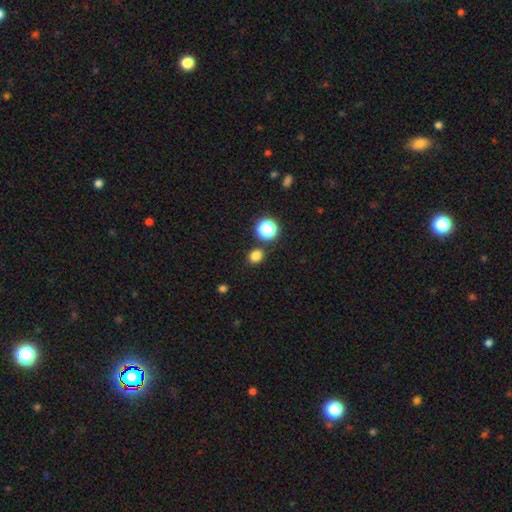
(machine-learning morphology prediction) Smooth or featured: smooth — 80% (star or artifact — 16%)
How rounded: round — 78% (in between — 21%)
Merging: none — 86% (minor disturbance — 7%)